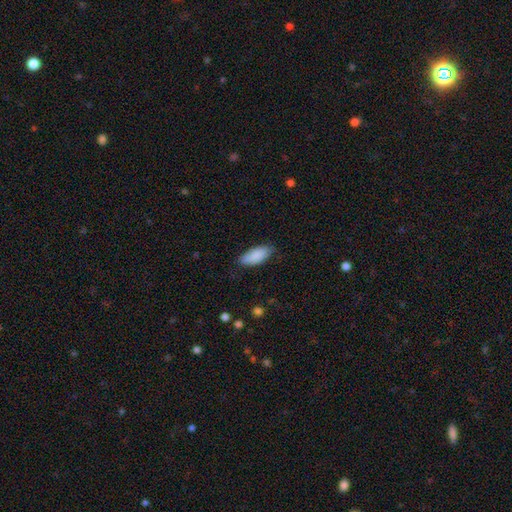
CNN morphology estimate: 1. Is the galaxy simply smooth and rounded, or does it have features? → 88% smooth, 6% star or artifact, 6% featured or disk.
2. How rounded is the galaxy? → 86% in between, 12% cigar-shaped, 2% round.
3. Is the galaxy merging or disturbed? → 75% none, 20% minor disturbance, 3% major disturbance, 1% merger.